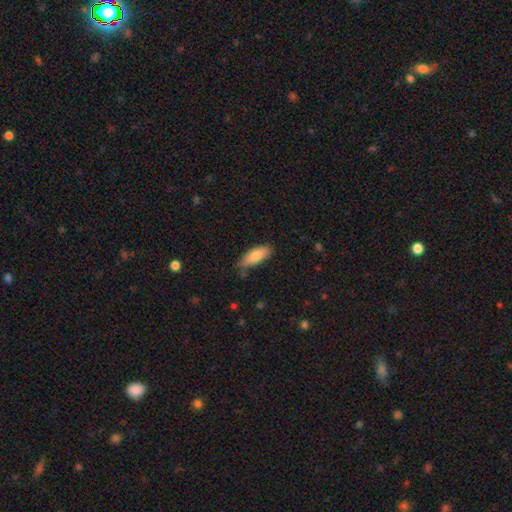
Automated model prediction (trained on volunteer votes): smooth-or-featured: smooth: 83% | featured or disk: 11% | star or artifact: 6%
  how-rounded: in between: 68% | cigar-shaped: 30% | round: 2%
  merging: none: 74% | minor disturbance: 21% | major disturbance: 3% | merger: 2%